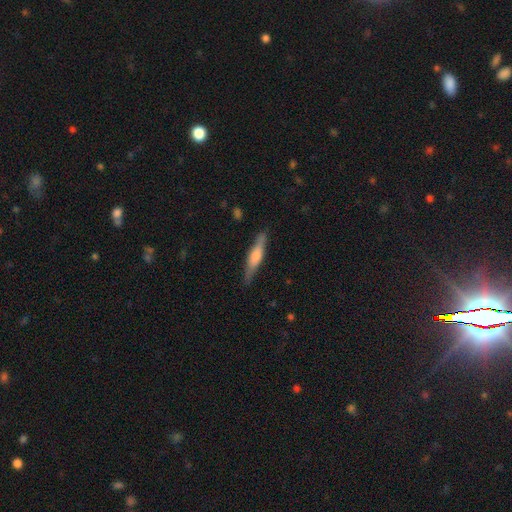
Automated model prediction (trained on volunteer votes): Morphology: type=featured or disk (48%); merging=none (85%).